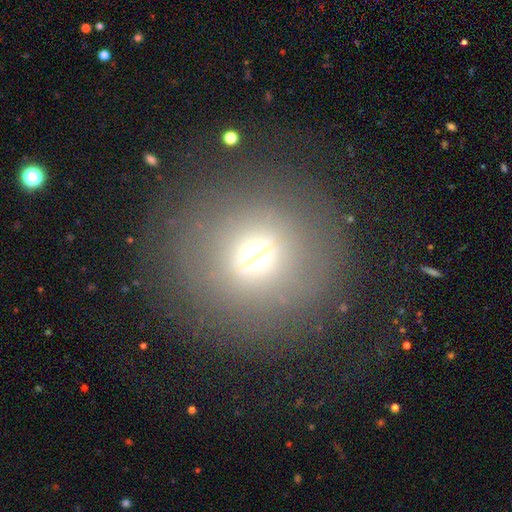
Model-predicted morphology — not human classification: A smooth galaxy with no disk features (61%) that is round (93%). Merging: none (80%).